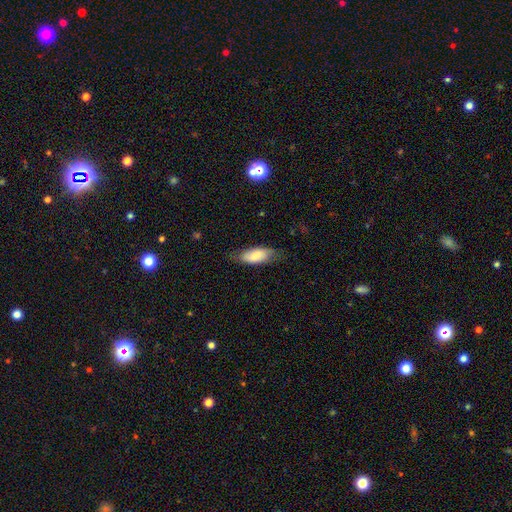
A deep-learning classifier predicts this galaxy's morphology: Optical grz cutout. It shows a smooth galaxy with no disk features (80%) that is in between round and cigar-shaped (80%). Merging: none (68%).